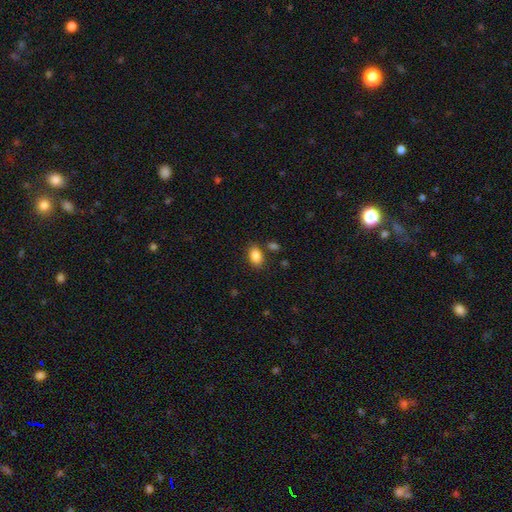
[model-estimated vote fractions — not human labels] A smooth galaxy with no disk features (87%) that is in between round and cigar-shaped (88%). Merging: none (80%).